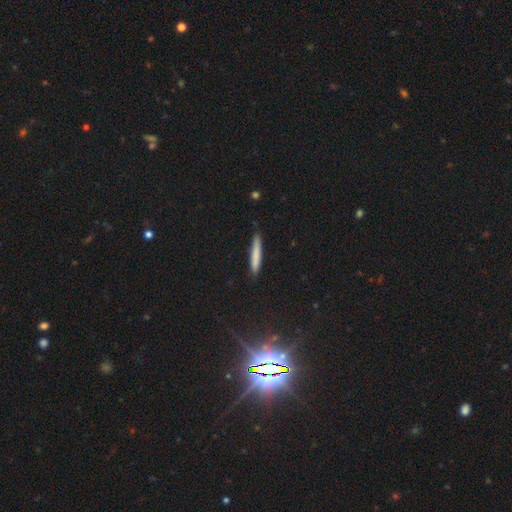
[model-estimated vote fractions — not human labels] A smooth galaxy with no disk features (77%) that is cigar-shaped (95%). Merging: none (87%).